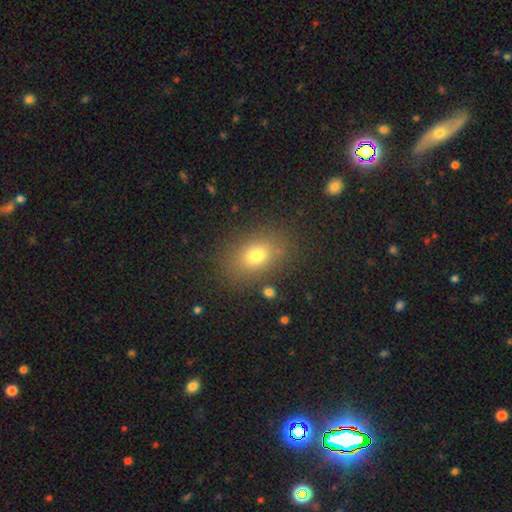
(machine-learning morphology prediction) smooth-or-featured: smooth: 75% | star or artifact: 13% | featured or disk: 12%
  how-rounded: in between: 76% | round: 22% | cigar-shaped: 2%
  merging: none: 83% | minor disturbance: 10% | major disturbance: 4% | merger: 3%